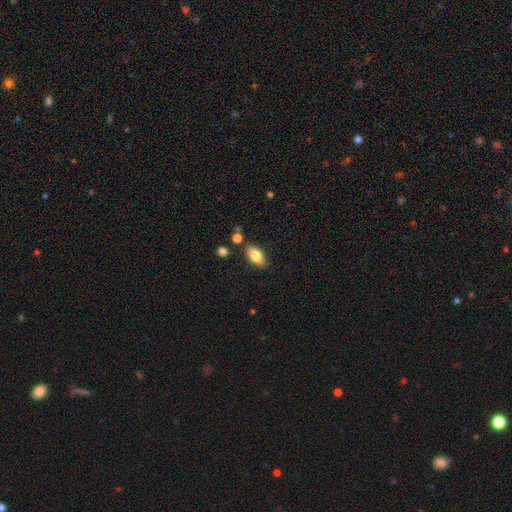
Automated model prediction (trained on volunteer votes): smooth-or-featured: smooth: 81% | featured or disk: 11% | star or artifact: 7%
  how-rounded: in between: 91% | round: 5% | cigar-shaped: 5%
  merging: none: 82% | minor disturbance: 11% | merger: 4% | major disturbance: 2%